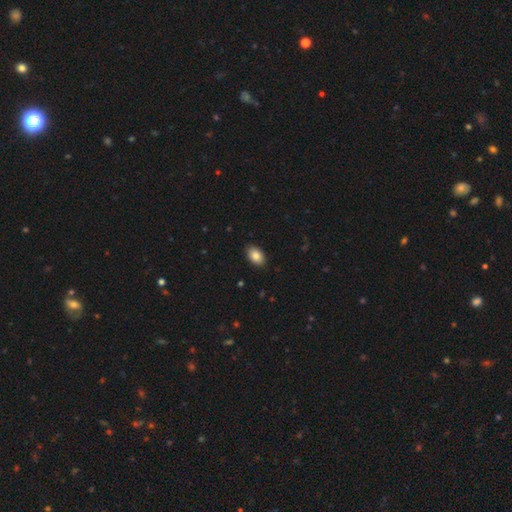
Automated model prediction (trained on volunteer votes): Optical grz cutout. It shows a smooth galaxy with no disk features (86%) that is in between round and cigar-shaped (91%). Merging: none (89%).